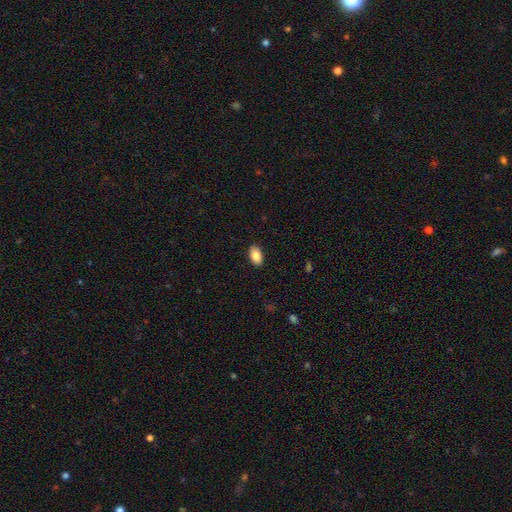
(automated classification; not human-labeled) Morphology: type=smooth (86%); roundness=in between (93%); merging=none (90%).